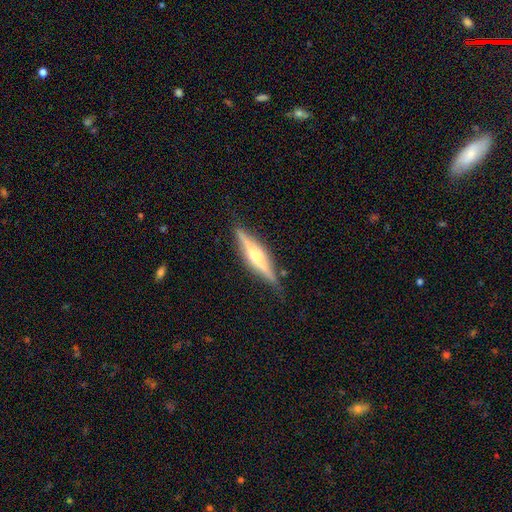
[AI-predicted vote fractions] Smooth or featured? featured or disk (77%)
Edge-on disk? yes (97%)
Edge-on bulge? rounded (88%)
Merging? none (87%)